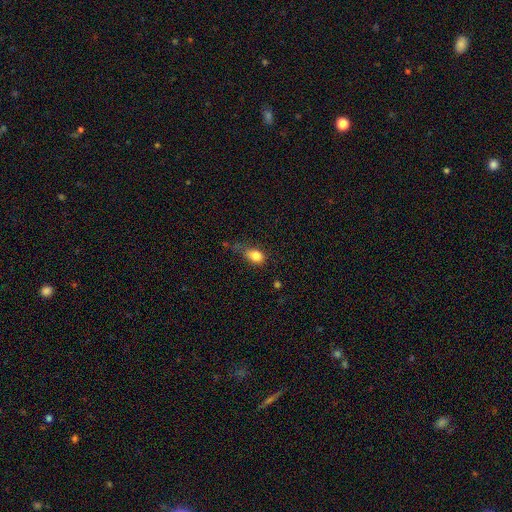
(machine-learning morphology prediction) Q: Smooth or featured?
A: smooth (84%); runner-up: star or artifact (10%)
Q: How rounded?
A: in between (73%); runner-up: round (24%)
Q: Merging?
A: none (45%); runner-up: minor disturbance (33%)